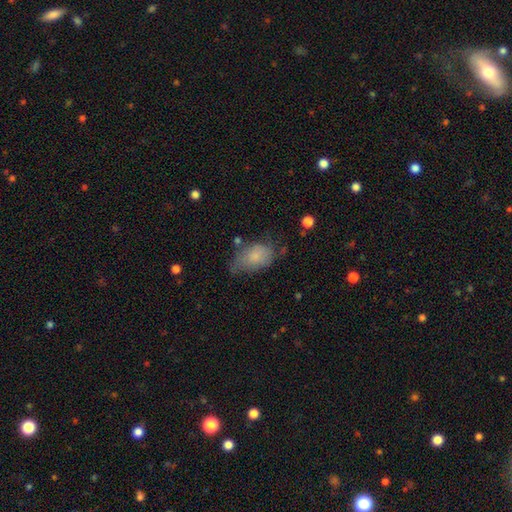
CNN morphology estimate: smooth_or_featured: smooth (p=0.74) [alt: featured or disk p=0.17]
how_rounded: in between (p=0.86) [alt: round p=0.12]
merging: none (p=0.41) [alt: minor disturbance p=0.38]